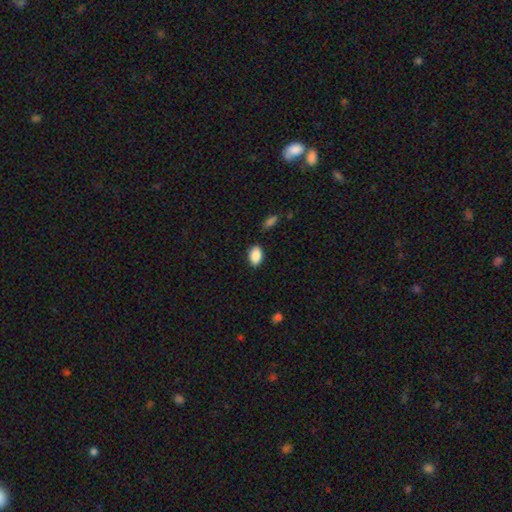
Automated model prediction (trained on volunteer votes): A smooth galaxy with no disk features (89%) that is in between round and cigar-shaped (88%).

Vote fractions:
- Smooth or featured? smooth: 89% / star or artifact: 7% / featured or disk: 4%
- How rounded? in between: 88% / round: 10% / cigar-shaped: 2%
- Merging? none: 84% / minor disturbance: 11% / major disturbance: 2% / merger: 2%